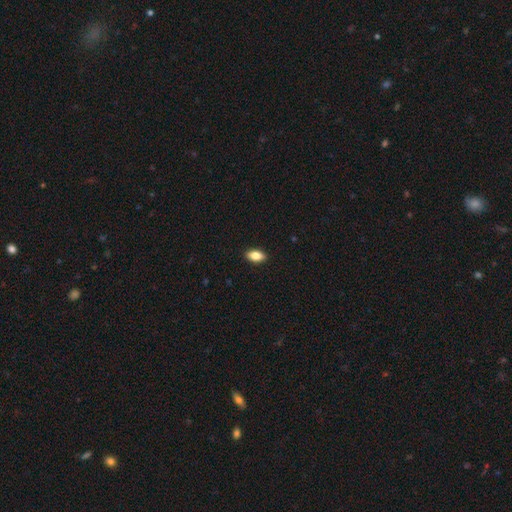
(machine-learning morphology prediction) The model was most divided on "smooth or featured": smooth: 82%, featured or disk: 10%, star or artifact: 7%. More confident: merging — none (90%); how rounded — in between (88%).